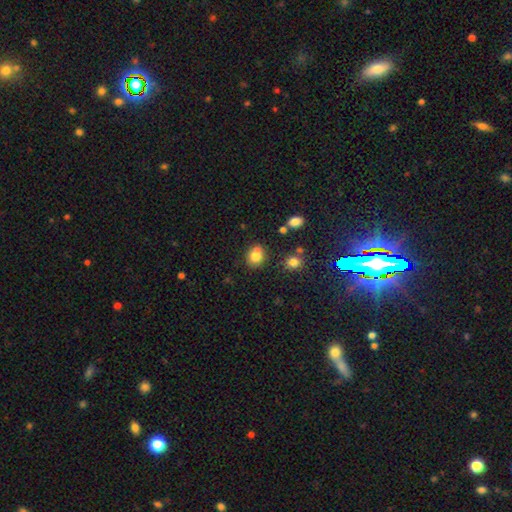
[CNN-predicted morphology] Overall: smooth (79%). How rounded: round (70%). Merging: none (61%; merger 21%).